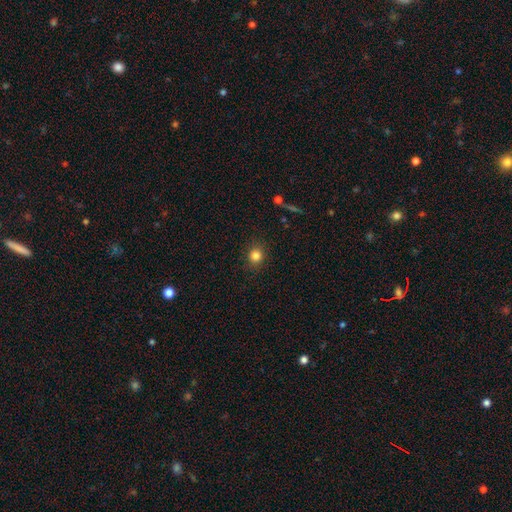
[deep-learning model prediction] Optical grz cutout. It shows a smooth galaxy with no disk features (83%) that is round (81%). Merging: none (88%).